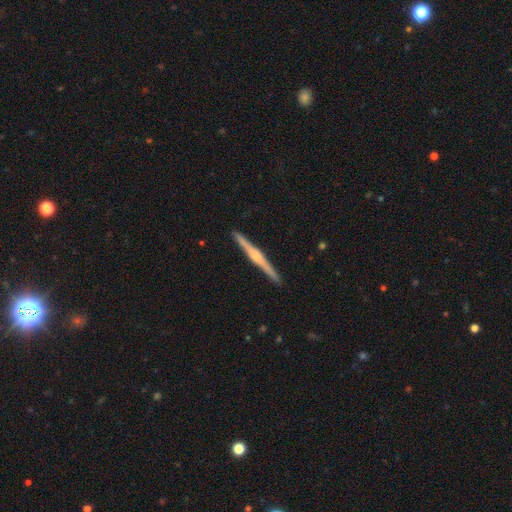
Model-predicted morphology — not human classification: Smooth or featured?
  - featured or disk: 77% *
  - smooth: 18%
  - star or artifact: 5%
Edge-on disk?
  - yes: 99% *
  - no: 1%
Edge-on bulge?
  - rounded: 75% *
  - none: 13%
  - boxy: 12%
Merging?
  - none: 93% *
  - minor disturbance: 5%
  - major disturbance: 1%
  - merger: 1%